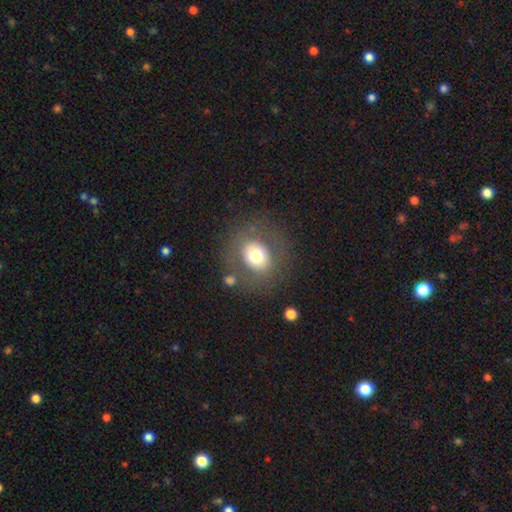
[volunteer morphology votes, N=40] This is possibly a featured or disk galaxy (55%). It is clearly not viewed edge-on (100%). Bar: clearly no (100%). Spiral arm pattern: clearly no (100%). Central bulge: likely moderate (73%). Merging: clearly none (87%).